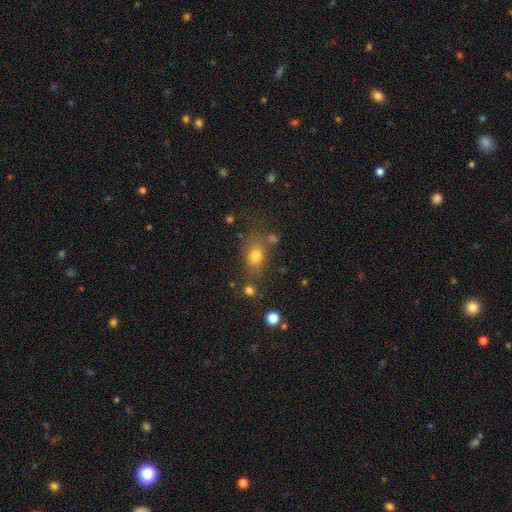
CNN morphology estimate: smooth 73%, star or artifact 16%, featured or disk 11%. Down the decision tree: how rounded — in between (60%); merging — none (67%).